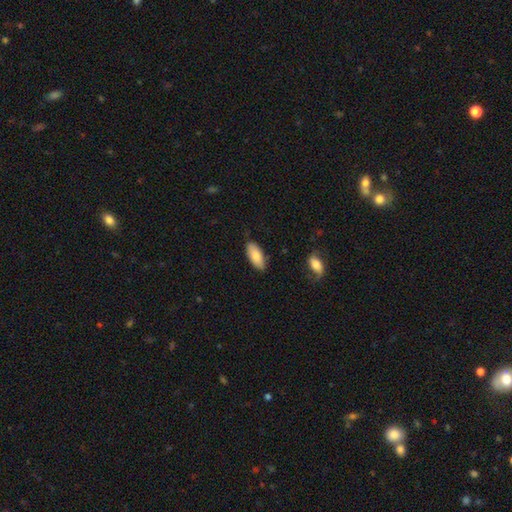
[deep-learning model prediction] A smooth galaxy with no disk features (84%) that is in between round and cigar-shaped (87%).

Vote fractions:
- Smooth or featured? smooth: 84% / featured or disk: 10% / star or artifact: 6%
- How rounded? in between: 87% / cigar-shaped: 12% / round: 2%
- Merging? none: 83% / minor disturbance: 13% / major disturbance: 2% / merger: 2%